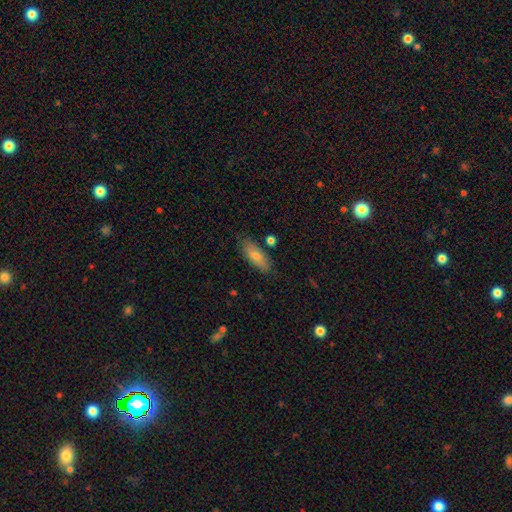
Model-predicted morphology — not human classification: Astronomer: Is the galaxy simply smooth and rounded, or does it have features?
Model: smooth — 73%.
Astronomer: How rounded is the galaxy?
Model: in between — 71%.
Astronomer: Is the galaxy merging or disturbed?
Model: none — 83%.